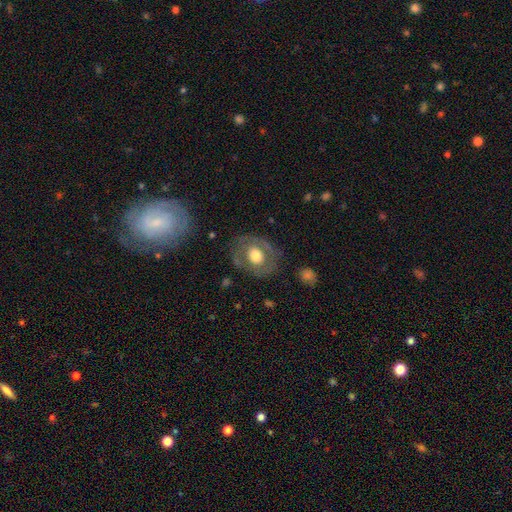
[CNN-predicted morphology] Smooth or featured?
  - smooth: 50% *
  - featured or disk: 43%
  - star or artifact: 7%
Merging?
  - none: 74% *
  - minor disturbance: 15%
  - major disturbance: 9%
  - merger: 2%